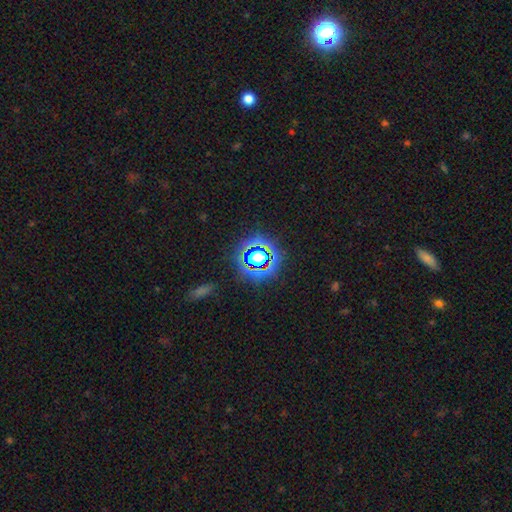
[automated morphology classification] Smooth or featured? star or artifact (74%)